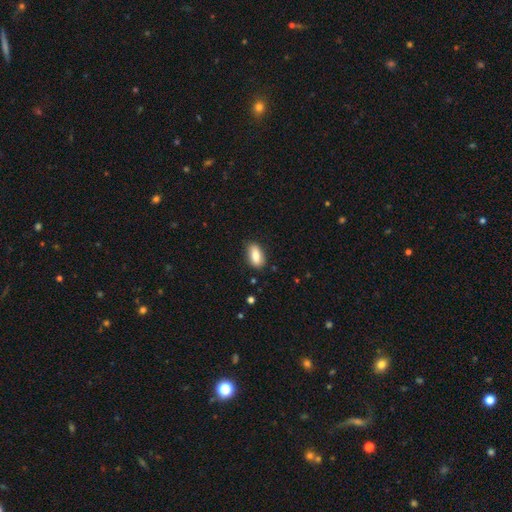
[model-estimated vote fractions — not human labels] Smooth or featured?
  - smooth: 83% *
  - featured or disk: 10%
  - star or artifact: 7%
How rounded?
  - in between: 87% *
  - cigar-shaped: 9%
  - round: 4%
Merging?
  - none: 83% *
  - minor disturbance: 13%
  - major disturbance: 2%
  - merger: 1%